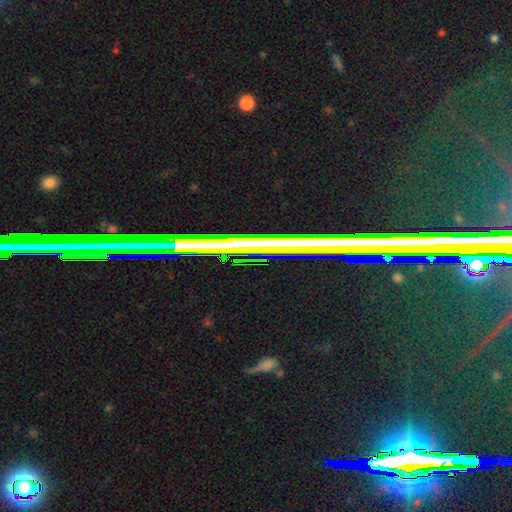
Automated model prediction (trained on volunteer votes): Smooth or featured? Predicted: star or artifact (p=0.66).